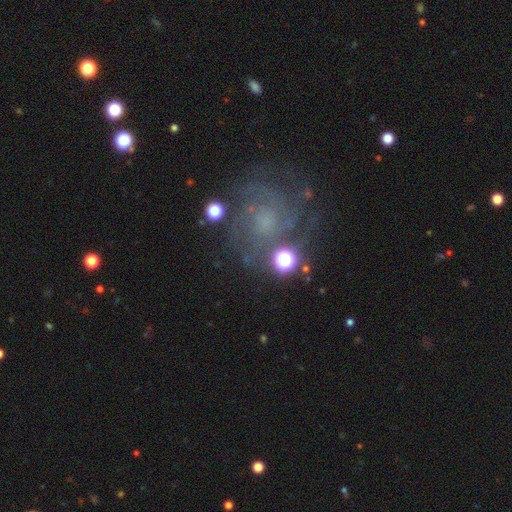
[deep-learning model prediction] Overall: featured or disk (52%; star or artifact 28%). Edge-on disk: no (96%). Merging: none (70%).